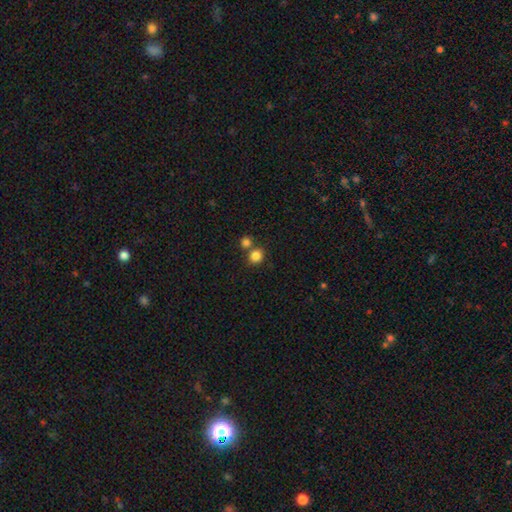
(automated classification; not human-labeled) Smooth or featured?
  - smooth: 84% *
  - star or artifact: 11%
  - featured or disk: 6%
How rounded?
  - round: 81% *
  - in between: 19%
  - cigar-shaped: 1%
Merging?
  - none: 63% *
  - merger: 26%
  - minor disturbance: 8%
  - major disturbance: 3%